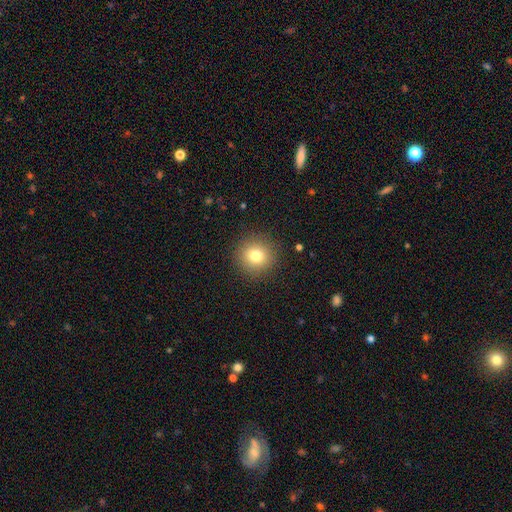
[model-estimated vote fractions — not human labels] Smooth or featured?
  - smooth: 78% *
  - star or artifact: 13%
  - featured or disk: 9%
How rounded?
  - round: 93% *
  - in between: 6%
  - cigar-shaped: 1%
Merging?
  - none: 91% *
  - minor disturbance: 6%
  - major disturbance: 2%
  - merger: 1%